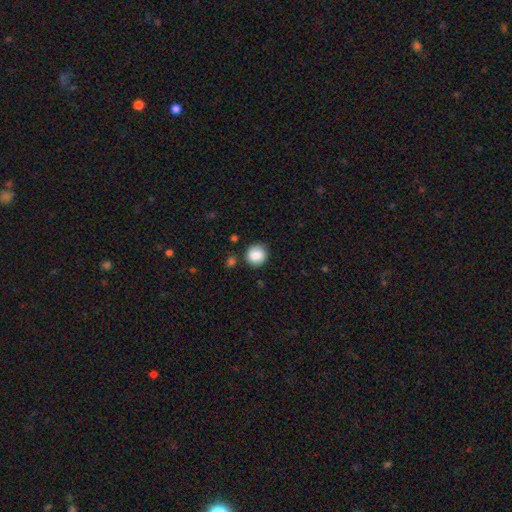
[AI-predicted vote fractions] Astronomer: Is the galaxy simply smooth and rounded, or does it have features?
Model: smooth — 84%.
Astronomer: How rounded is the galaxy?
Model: round — 86%.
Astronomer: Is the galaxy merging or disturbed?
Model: none — 82%.